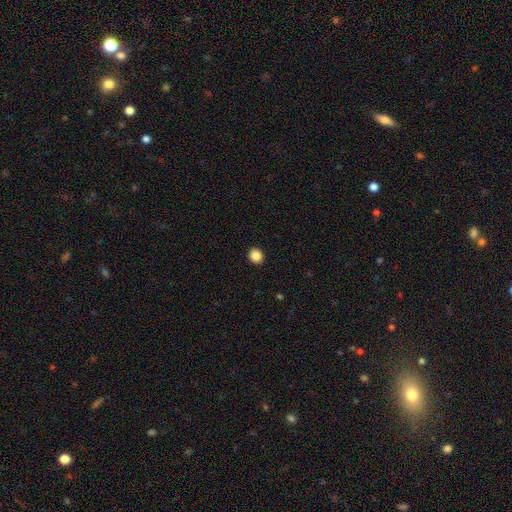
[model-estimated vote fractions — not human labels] Smooth or featured? smooth (87%)
How rounded? round (80%)
Merging? none (93%)